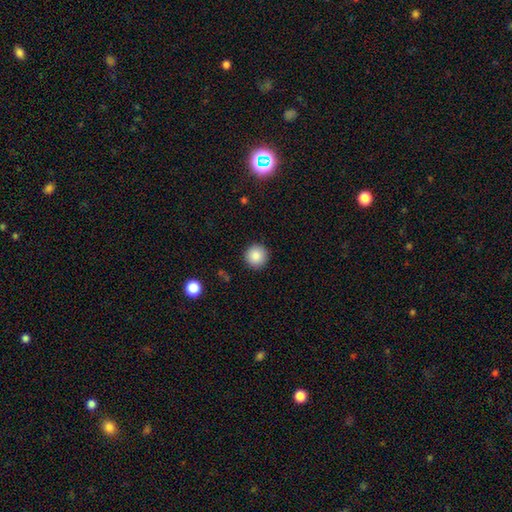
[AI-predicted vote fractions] Q: Smooth or featured?
A: smooth (87%); runner-up: star or artifact (9%)
Q: How rounded?
A: round (95%); runner-up: in between (4%)
Q: Merging?
A: none (92%); runner-up: minor disturbance (5%)